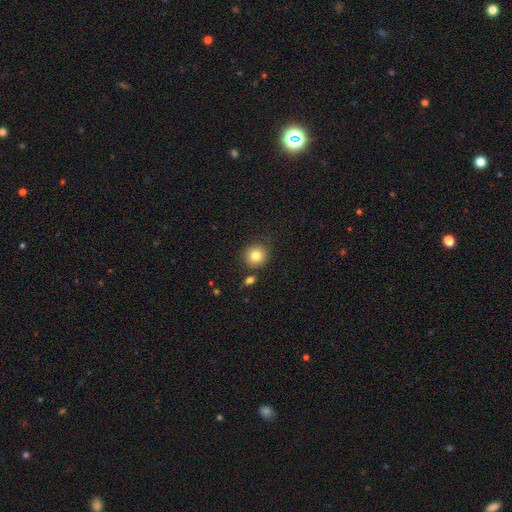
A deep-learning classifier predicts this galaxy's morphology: Smooth or featured: smooth — 83% (star or artifact — 10%)
How rounded: round — 90% (in between — 9%)
Merging: none — 82% (minor disturbance — 9%)